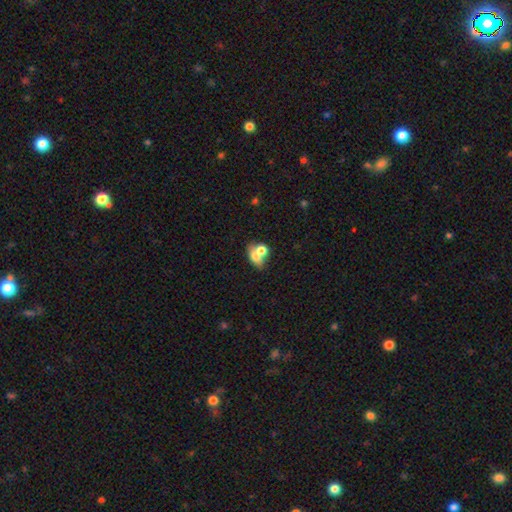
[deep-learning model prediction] This appears to be a smooth galaxy with no disk features (68%) that is in between round and cigar-shaped (67%). Merging: merger (63%).